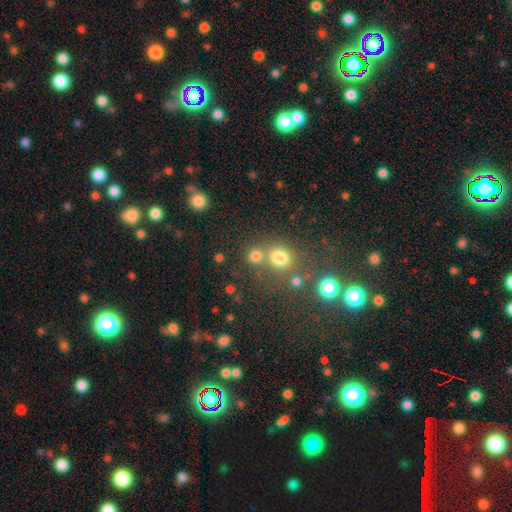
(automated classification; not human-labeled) The model was most divided on "merging": none: 59%, merger: 29%, minor disturbance: 7%, major disturbance: 4%. More confident: how rounded — round (86%); smooth or featured — smooth (75%).